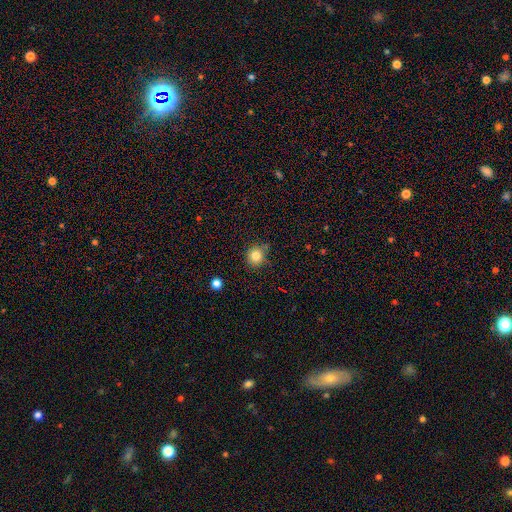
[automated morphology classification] Overall: smooth (82%). How rounded: round (88%). Merging: none (80%).